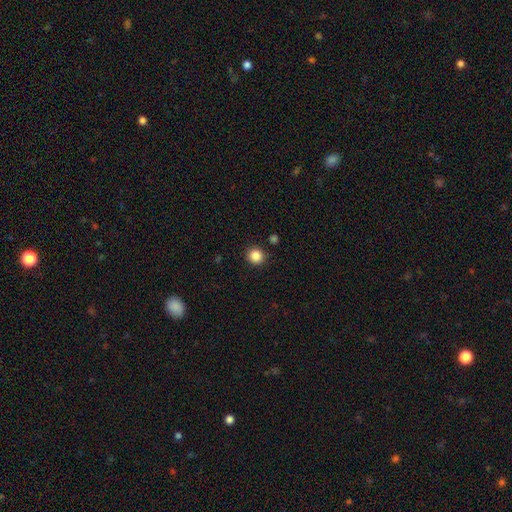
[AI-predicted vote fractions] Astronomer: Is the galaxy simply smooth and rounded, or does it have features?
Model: smooth — 86%.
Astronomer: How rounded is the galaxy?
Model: round — 91%.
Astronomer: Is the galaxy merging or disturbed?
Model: none — 89%.